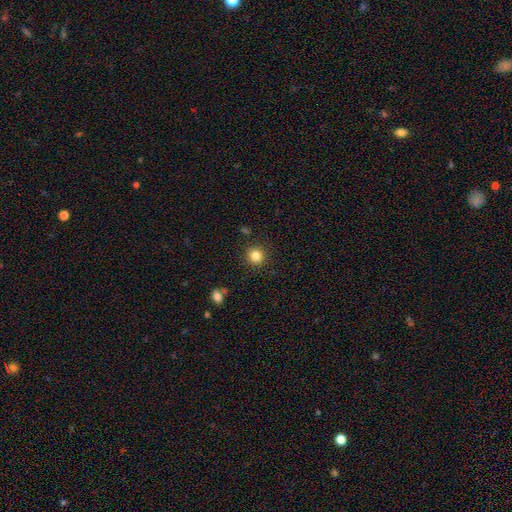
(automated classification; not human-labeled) Smooth or featured?
  - smooth: 83% *
  - star or artifact: 12%
  - featured or disk: 5%
How rounded?
  - round: 93% *
  - in between: 6%
  - cigar-shaped: 1%
Merging?
  - none: 89% *
  - minor disturbance: 7%
  - major disturbance: 2%
  - merger: 2%